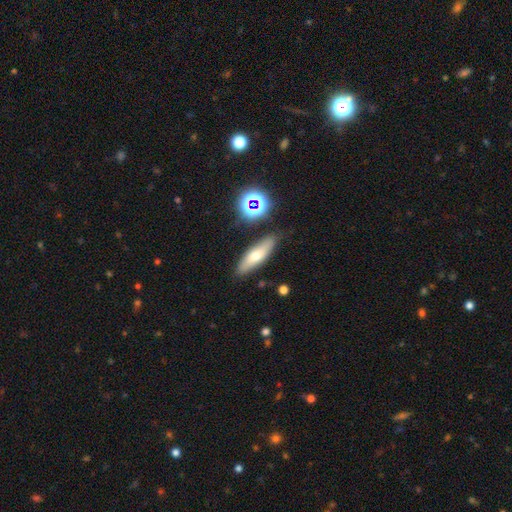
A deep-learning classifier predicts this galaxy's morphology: smooth-or-featured: smooth: 61% | featured or disk: 28% | star or artifact: 11%
  how-rounded: cigar-shaped: 53% | in between: 43% | round: 4%
  merging: none: 83% | minor disturbance: 11% | merger: 3% | major disturbance: 3%